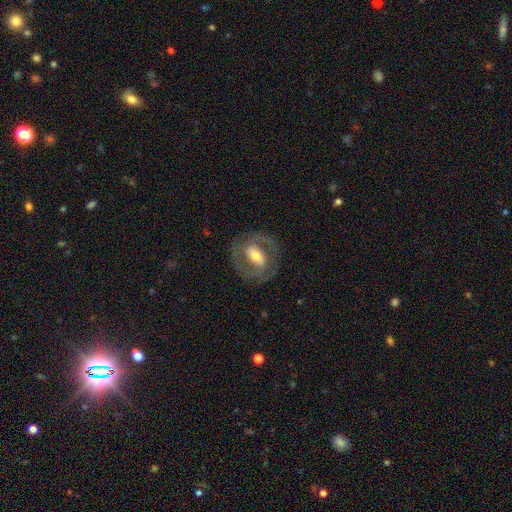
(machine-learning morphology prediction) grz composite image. It shows a featured or disk galaxy (74%) with a strong bar (47%), spiral arms (72%) and a moderate central bulge (59%). Merging: none (79%).